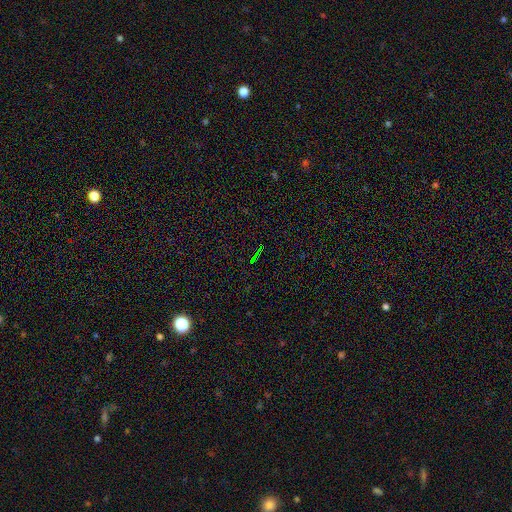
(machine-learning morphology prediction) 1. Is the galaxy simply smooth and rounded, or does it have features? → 73% star or artifact, 15% smooth, 12% featured or disk.